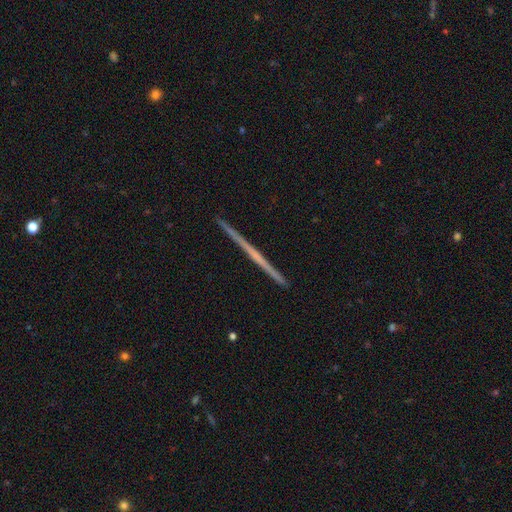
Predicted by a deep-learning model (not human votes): smooth_or_featured: featured or disk (p=0.68) [alt: smooth p=0.26]
disk_edge_on: yes (p=0.98) [alt: no p=0.02]
edge_on_bulge: none (p=0.85) [alt: rounded p=0.12]
merging: none (p=0.93) [alt: minor disturbance p=0.05]